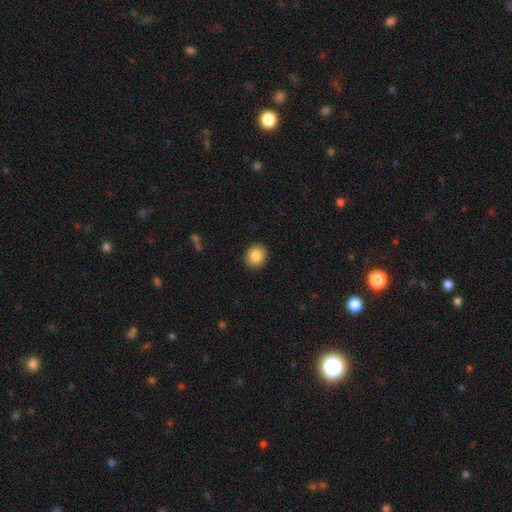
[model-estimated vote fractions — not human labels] A smooth galaxy with no disk features (86%) that is round (84%). Merging: none (92%).